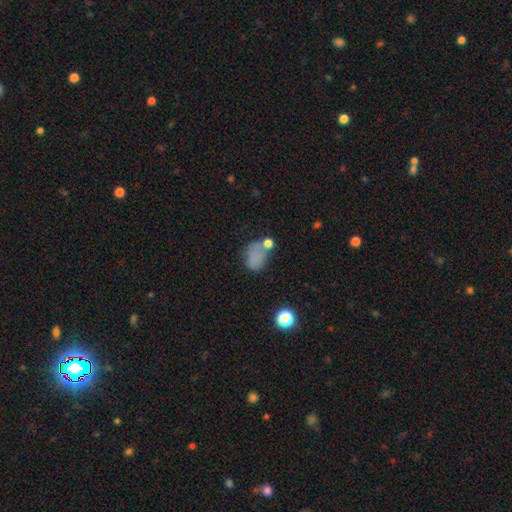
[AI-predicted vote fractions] A smooth galaxy with no disk features (73%) that is in between round and cigar-shaped (68%).

Vote fractions:
- Smooth or featured? smooth: 73% / star or artifact: 15% / featured or disk: 12%
- How rounded? in between: 68% / round: 30% / cigar-shaped: 2%
- Merging? none: 46% / minor disturbance: 22% / merger: 17% / major disturbance: 15%